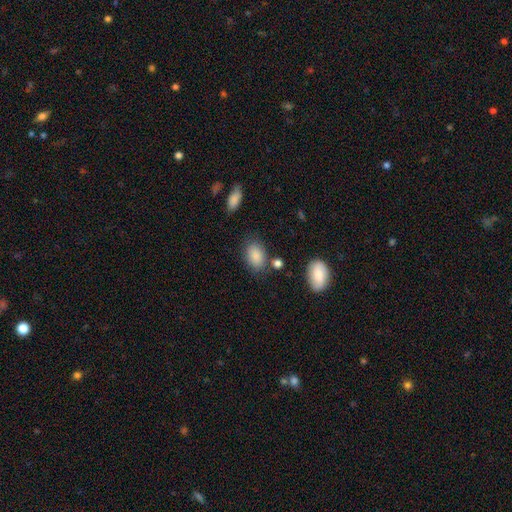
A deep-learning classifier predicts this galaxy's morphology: The model was most divided on "merging": none: 74%, minor disturbance: 15%, merger: 6%, major disturbance: 5%. More confident: smooth or featured — smooth (86%); how rounded — in between (85%).